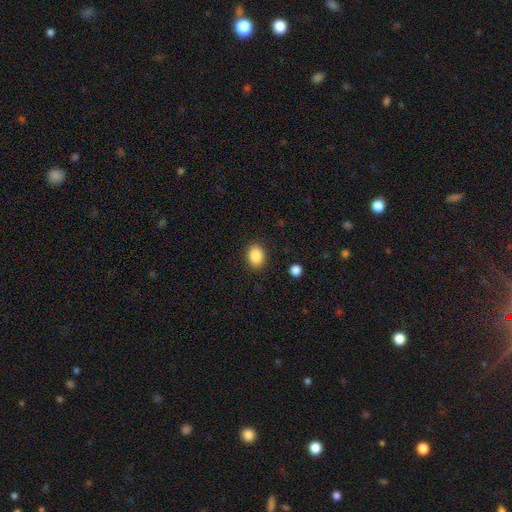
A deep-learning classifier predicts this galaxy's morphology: smooth-or-featured: smooth: 88% | star or artifact: 8% | featured or disk: 4%
  how-rounded: in between: 64% | round: 35% | cigar-shaped: 1%
  merging: none: 88% | minor disturbance: 8% | major disturbance: 3% | merger: 1%